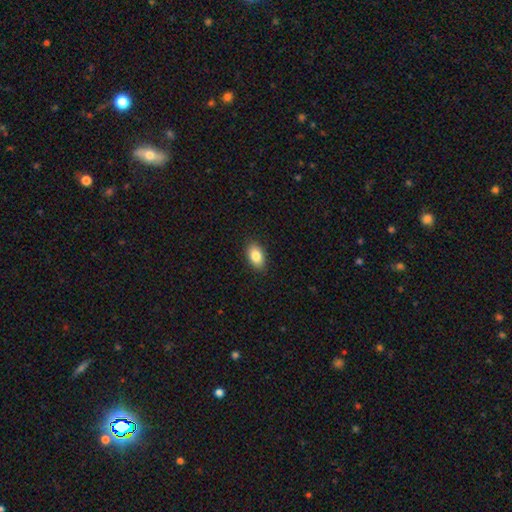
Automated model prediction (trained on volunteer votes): Morphology: type=smooth (85%); roundness=in between (91%); merging=none (89%).